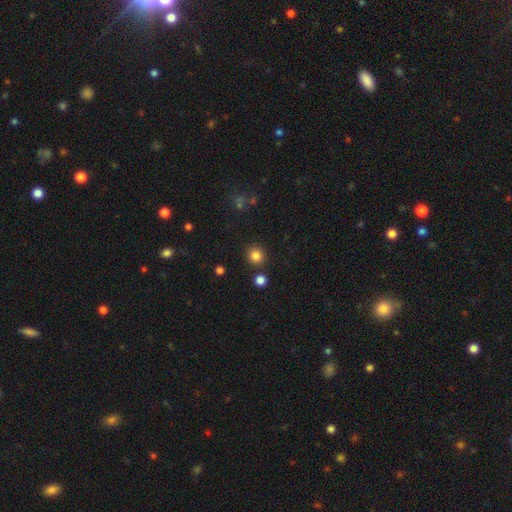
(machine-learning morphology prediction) A smooth galaxy with no disk features (83%) that is round (92%). Merging: none (86%).